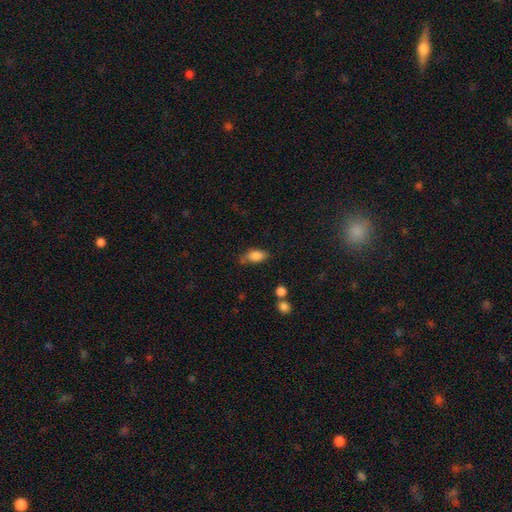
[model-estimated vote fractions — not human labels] This is clearly a smooth galaxy (83%). How rounded: clearly in between (87%). Merging: possibly none (54%).